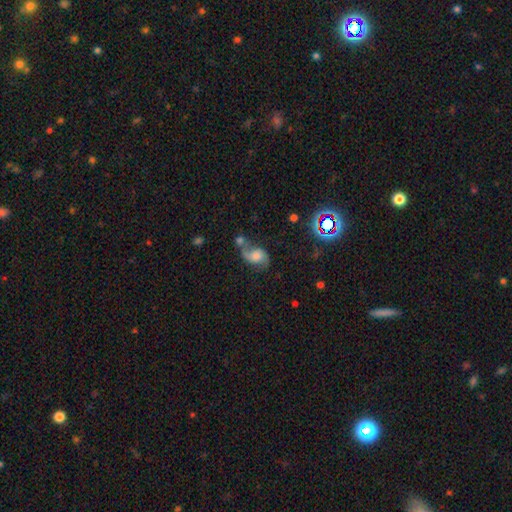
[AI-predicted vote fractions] smooth_or_featured: featured or disk (p=0.58) [alt: smooth p=0.30]
disk_edge_on: no (p=0.97) [alt: yes p=0.03]
bar: no (p=0.65) [alt: weak p=0.28]
has_spiral_arms: yes (p=0.87) [alt: no p=0.13]
bulge_size: moderate (p=0.29) [alt: large p=0.26]
merging: none (p=0.35) [alt: merger p=0.32]